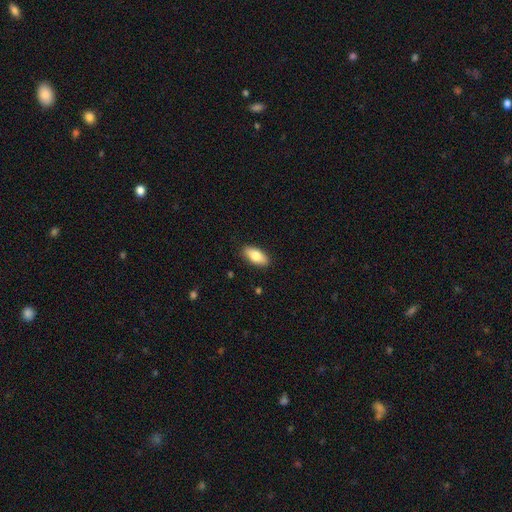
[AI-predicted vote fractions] Q: Smooth or featured?
A: smooth (81%); runner-up: featured or disk (13%)
Q: How rounded?
A: in between (88%); runner-up: cigar-shaped (9%)
Q: Merging?
A: none (88%); runner-up: minor disturbance (9%)